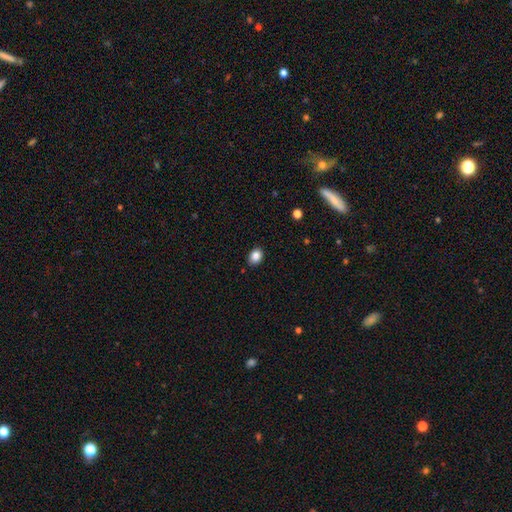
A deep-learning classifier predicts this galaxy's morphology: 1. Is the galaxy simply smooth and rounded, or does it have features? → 86% smooth, 9% star or artifact, 5% featured or disk.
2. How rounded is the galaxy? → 59% in between, 40% round, 1% cigar-shaped.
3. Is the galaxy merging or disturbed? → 87% none, 10% minor disturbance, 2% major disturbance, 1% merger.